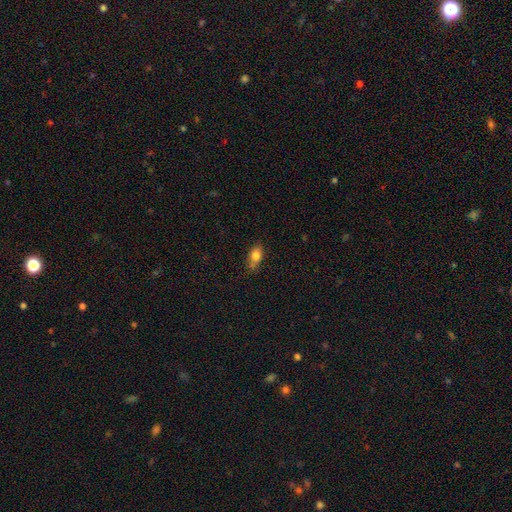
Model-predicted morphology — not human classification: A smooth galaxy with no disk features (80%) that is in between round and cigar-shaped (82%).

Vote fractions:
- Smooth or featured? smooth: 80% / featured or disk: 11% / star or artifact: 9%
- How rounded? in between: 82% / round: 12% / cigar-shaped: 6%
- Merging? none: 64% / minor disturbance: 23% / merger: 8% / major disturbance: 5%